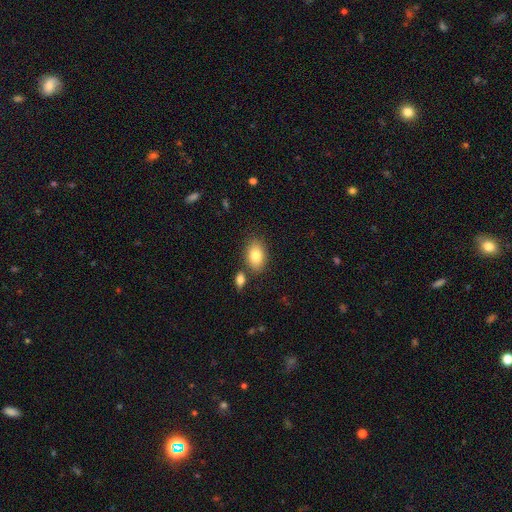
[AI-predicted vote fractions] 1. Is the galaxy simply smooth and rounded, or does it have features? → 82% smooth, 10% featured or disk, 8% star or artifact.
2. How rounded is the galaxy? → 86% in between, 12% round, 1% cigar-shaped.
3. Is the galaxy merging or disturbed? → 76% none, 11% minor disturbance, 10% merger, 3% major disturbance.